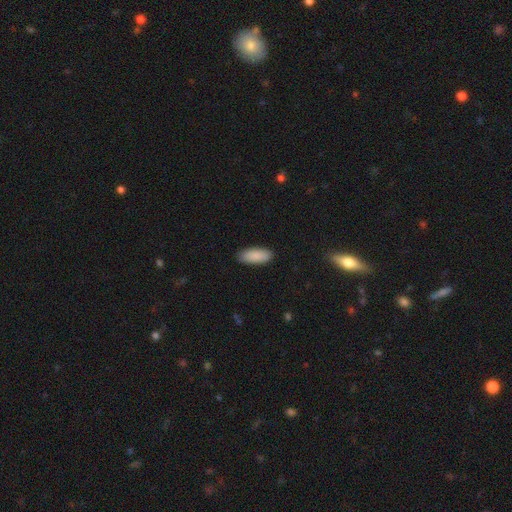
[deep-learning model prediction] Morphology: type=smooth (90%); roundness=in between (83%); merging=none (89%).